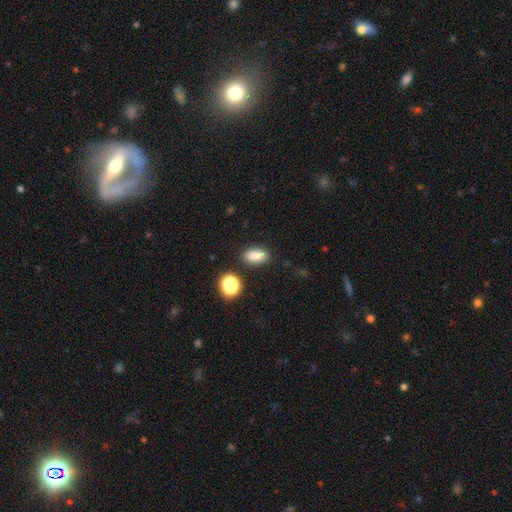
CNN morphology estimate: Smooth or featured? Predicted: smooth (p=0.83). How rounded? Predicted: in between (p=0.81). Merging? Predicted: none (p=0.85).